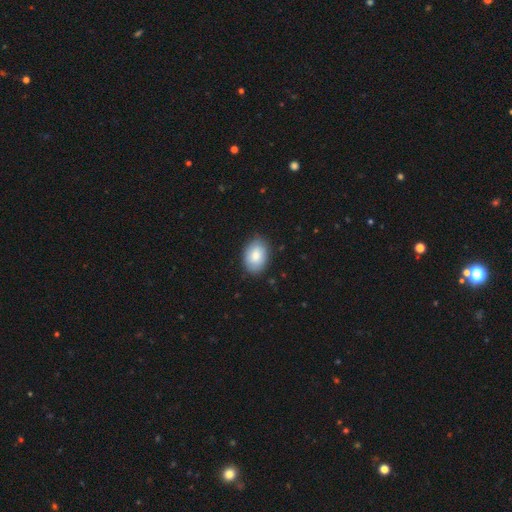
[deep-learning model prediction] Overall: smooth (84%). How rounded: in between (84%). Merging: none (82%).